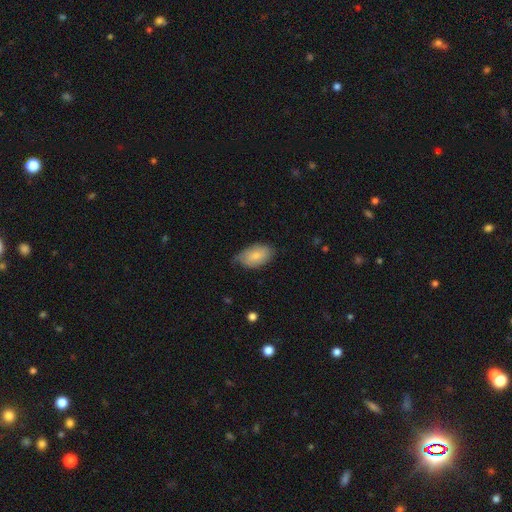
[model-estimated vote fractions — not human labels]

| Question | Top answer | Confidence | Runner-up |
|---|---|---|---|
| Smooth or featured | smooth | 76% | featured or disk (18%) |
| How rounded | in between | 92% | round (6%) |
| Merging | none | 54% | minor disturbance (37%) |